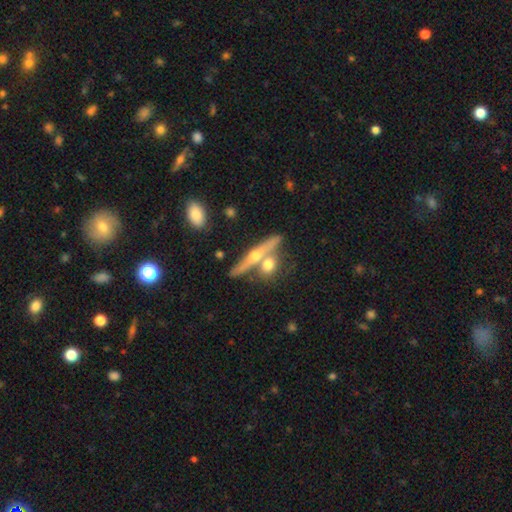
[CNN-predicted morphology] featured or disk 63%, smooth 30%, star or artifact 7%. Down the decision tree: edge-on disk — yes (91%); edge-on bulge — rounded (90%); merging — none (59%).